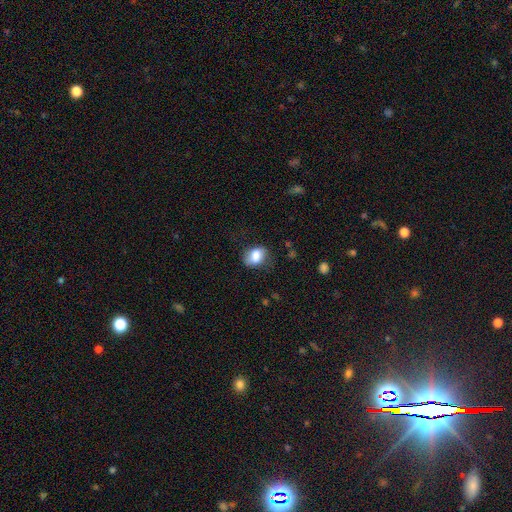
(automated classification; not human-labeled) Smooth or featured: smooth — 81% (featured or disk — 12%)
How rounded: in between — 70% (round — 28%)
Merging: none — 63% (minor disturbance — 25%)